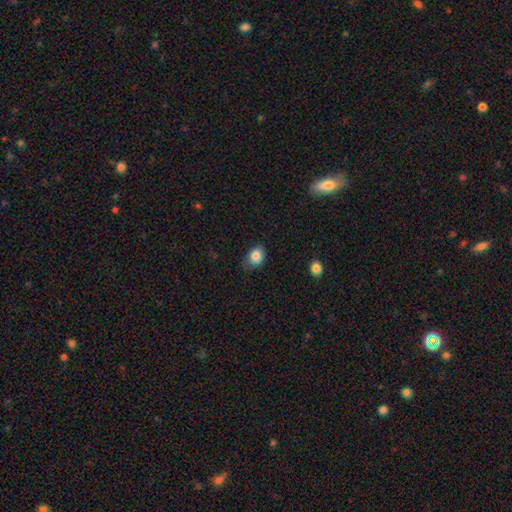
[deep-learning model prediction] smooth_or_featured: smooth (p=0.84) [alt: star or artifact p=0.09]
how_rounded: in between (p=0.51) [alt: round p=0.48]
merging: none (p=0.68) [alt: minor disturbance p=0.25]